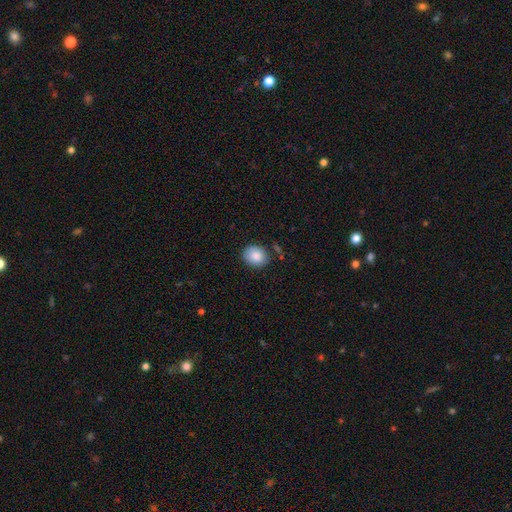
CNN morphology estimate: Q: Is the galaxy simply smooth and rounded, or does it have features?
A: smooth — 85%.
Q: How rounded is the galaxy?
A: round — 61%.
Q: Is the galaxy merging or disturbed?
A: none — 83%.